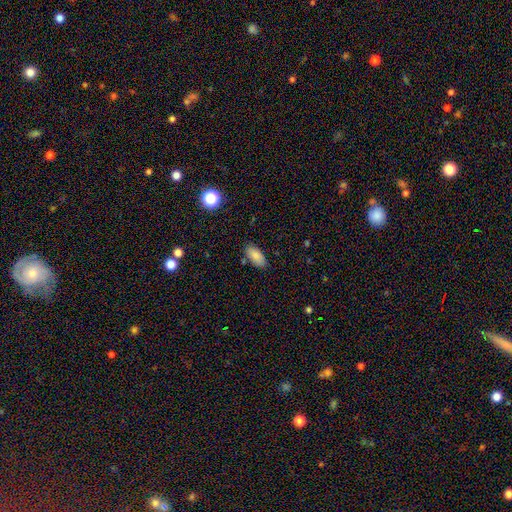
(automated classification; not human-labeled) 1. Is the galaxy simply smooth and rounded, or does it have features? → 83% smooth, 9% featured or disk, 8% star or artifact.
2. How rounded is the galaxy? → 91% in between, 6% cigar-shaped, 3% round.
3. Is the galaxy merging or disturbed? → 81% none, 12% minor disturbance, 4% merger, 3% major disturbance.